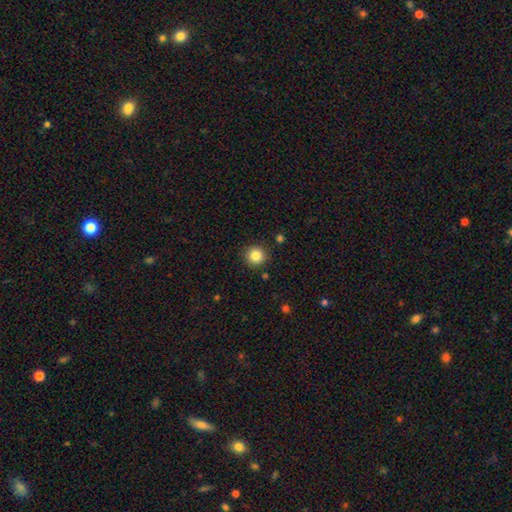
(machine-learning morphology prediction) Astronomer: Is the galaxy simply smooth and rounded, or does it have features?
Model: smooth — 84%.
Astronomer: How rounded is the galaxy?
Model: round — 95%.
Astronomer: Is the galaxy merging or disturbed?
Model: none — 90%.